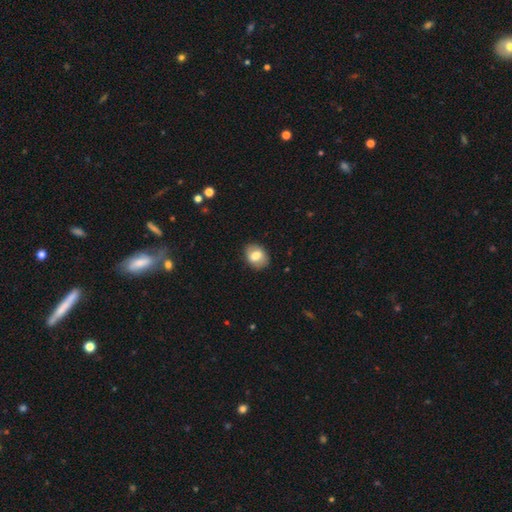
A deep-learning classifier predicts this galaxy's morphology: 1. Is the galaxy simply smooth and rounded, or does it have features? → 72% smooth, 20% featured or disk, 8% star or artifact.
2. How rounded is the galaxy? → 62% in between, 37% round, 1% cigar-shaped.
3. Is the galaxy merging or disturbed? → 83% none, 13% minor disturbance, 3% major disturbance, 1% merger.